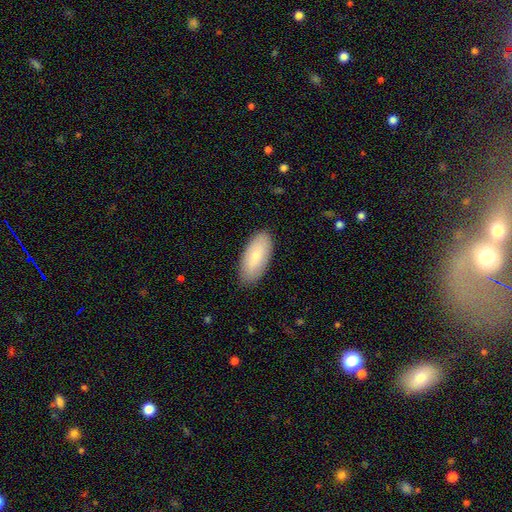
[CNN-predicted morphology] smooth-or-featured: smooth: 76% | featured or disk: 19% | star or artifact: 6%
  how-rounded: in between: 90% | cigar-shaped: 8% | round: 2%
  merging: none: 86% | minor disturbance: 11% | major disturbance: 2% | merger: 1%